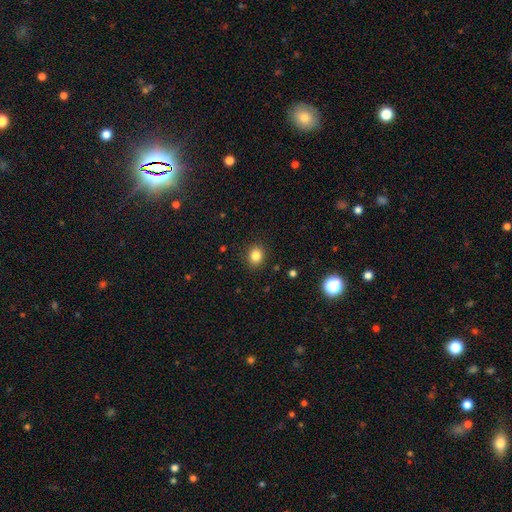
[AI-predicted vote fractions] Smooth or featured? smooth (83%)
How rounded? round (65%)
Merging? none (89%)